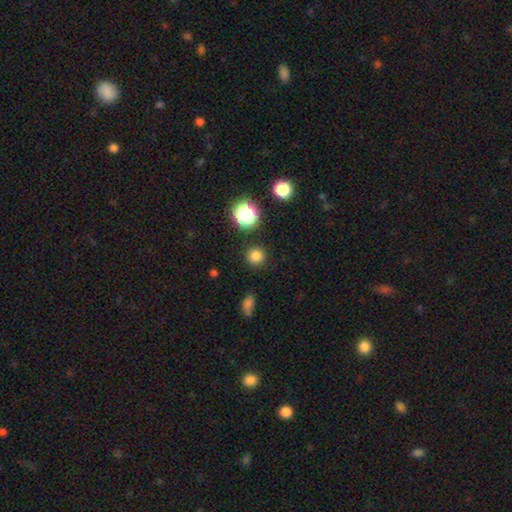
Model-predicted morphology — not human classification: This appears to be a smooth galaxy with no disk features (79%) that is round (94%). Merging: none (89%).